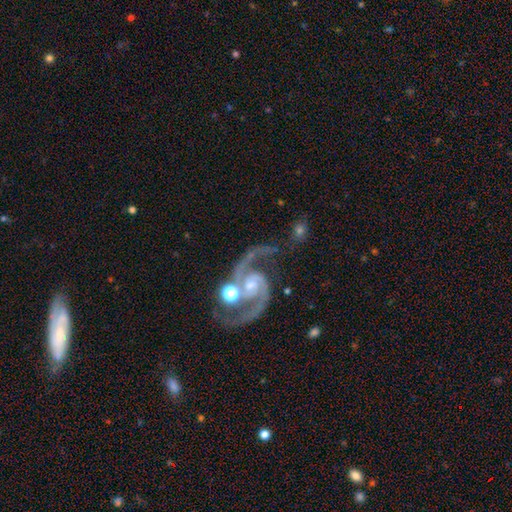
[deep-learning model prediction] Smooth or featured? featured or disk (91%)
Edge-on disk? no (98%)
Bar? no (51%)
Spiral arms? yes (98%)
Spiral winding? medium (58%)
Spiral arm count? 2 (93%)
Bulge size? small (49%)
Merging? none (54%)